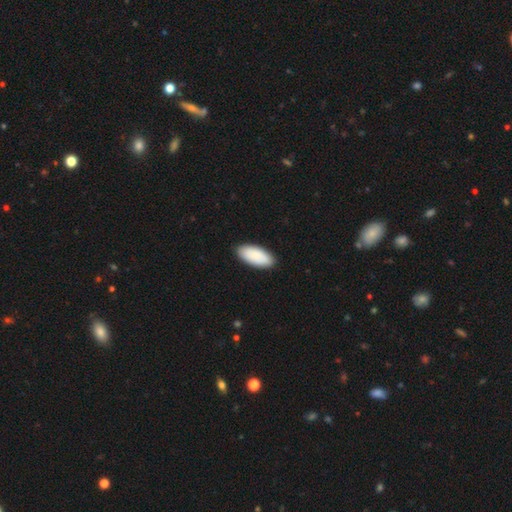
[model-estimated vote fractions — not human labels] smooth_or_featured: smooth (p=0.86) [alt: featured or disk p=0.08]
how_rounded: in between (p=0.91) [alt: cigar-shaped p=0.07]
merging: none (p=0.88) [alt: minor disturbance p=0.09]